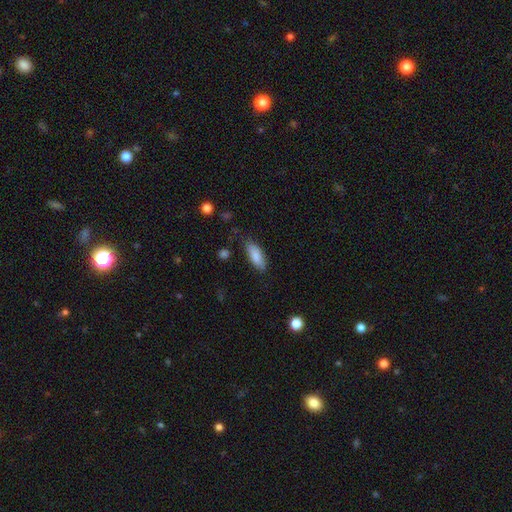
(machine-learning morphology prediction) A smooth galaxy with no disk features (86%) that is in between round and cigar-shaped (75%).

Vote fractions:
- Smooth or featured? smooth: 86% / featured or disk: 7% / star or artifact: 6%
- How rounded? in between: 75% / cigar-shaped: 23% / round: 2%
- Merging? none: 80% / minor disturbance: 15% / major disturbance: 3% / merger: 2%